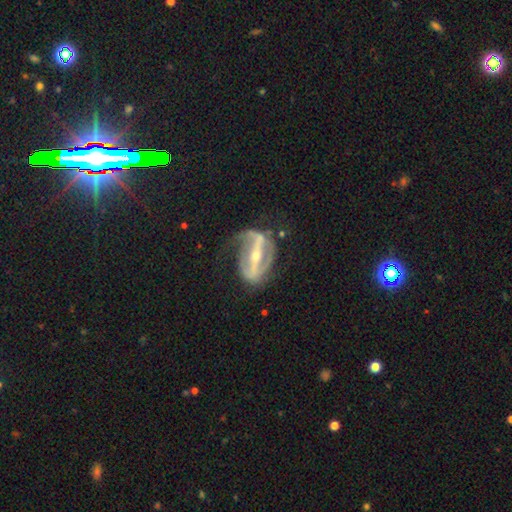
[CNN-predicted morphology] Q: Smooth or featured?
A: featured or disk (87%); runner-up: star or artifact (7%)
Q: Edge-on disk?
A: no (89%); runner-up: yes (11%)
Q: Bar?
A: strong (80%); runner-up: weak (13%)
Q: Spiral arms?
A: yes (84%); runner-up: no (16%)
Q: Spiral winding?
A: medium (40%); runner-up: loose (34%)
Q: Spiral arm count?
A: 2 (79%); runner-up: 1 (9%)
Q: Bulge size?
A: small (56%); runner-up: moderate (40%)
Q: Merging?
A: none (56%); runner-up: minor disturbance (23%)